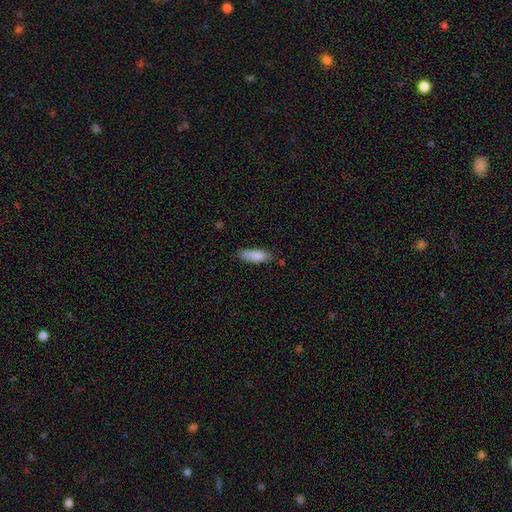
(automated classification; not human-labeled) smooth 87%, featured or disk 7%, star or artifact 6%. Down the decision tree: how rounded — in between (56%); merging — none (77%).